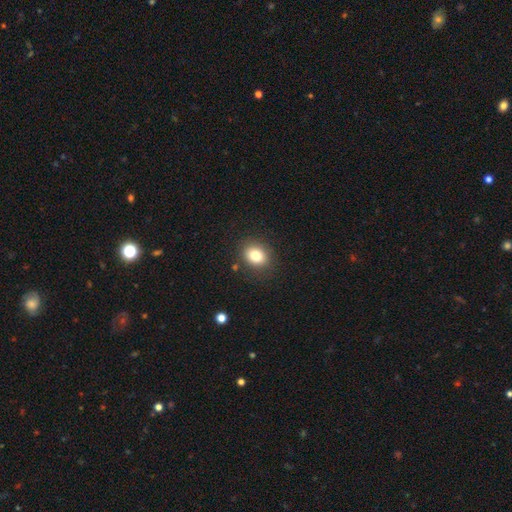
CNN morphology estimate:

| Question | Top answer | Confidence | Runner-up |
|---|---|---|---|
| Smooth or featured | smooth | 81% | star or artifact (11%) |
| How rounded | in between | 50% | tied: round (50%) |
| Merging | none | 86% | minor disturbance (9%) |